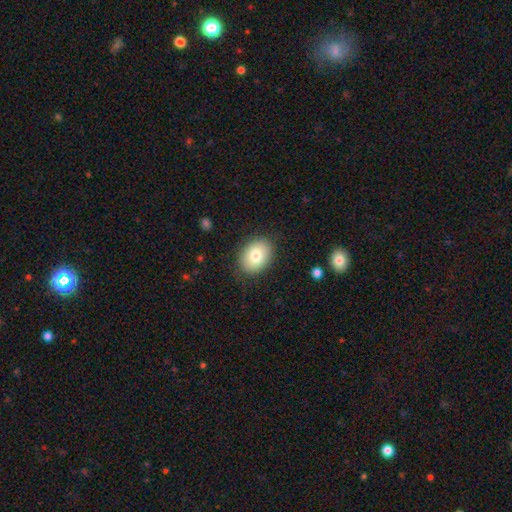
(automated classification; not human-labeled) smooth_or_featured: smooth (p=0.80) [alt: featured or disk p=0.12]
how_rounded: in between (p=0.68) [alt: round p=0.31]
merging: none (p=0.85) [alt: minor disturbance p=0.11]